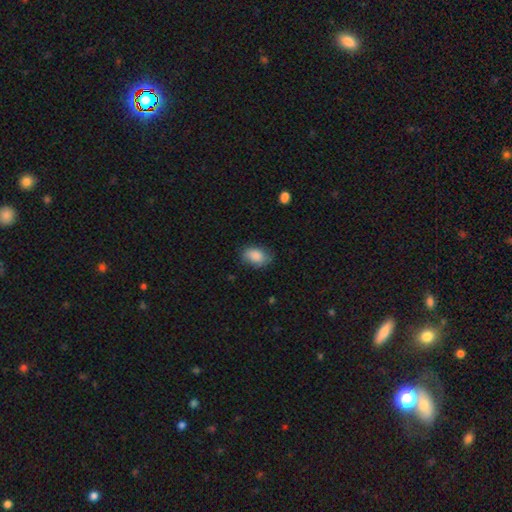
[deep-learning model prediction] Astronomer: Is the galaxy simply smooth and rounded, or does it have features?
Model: smooth — 85%.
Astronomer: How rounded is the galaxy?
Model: in between — 81%.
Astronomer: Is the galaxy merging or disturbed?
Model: none — 73%.